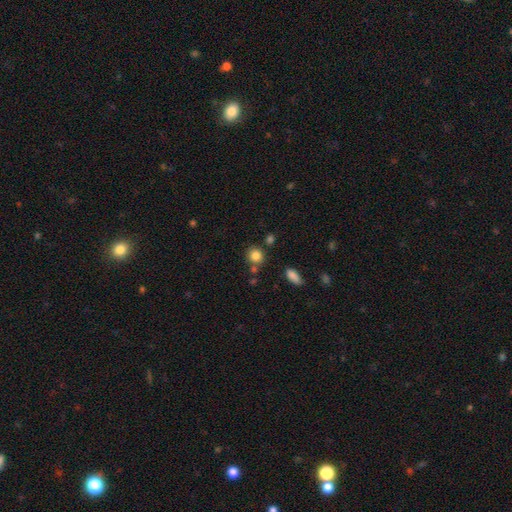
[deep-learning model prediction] Overall: smooth (83%). How rounded: round (83%). Merging: none (76%).